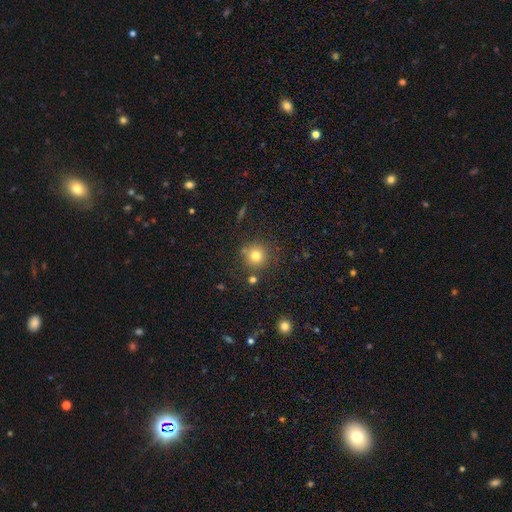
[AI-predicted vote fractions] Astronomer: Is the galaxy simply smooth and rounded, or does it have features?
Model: smooth — 77%.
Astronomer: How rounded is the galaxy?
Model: round — 93%.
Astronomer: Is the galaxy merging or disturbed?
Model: none — 79%.